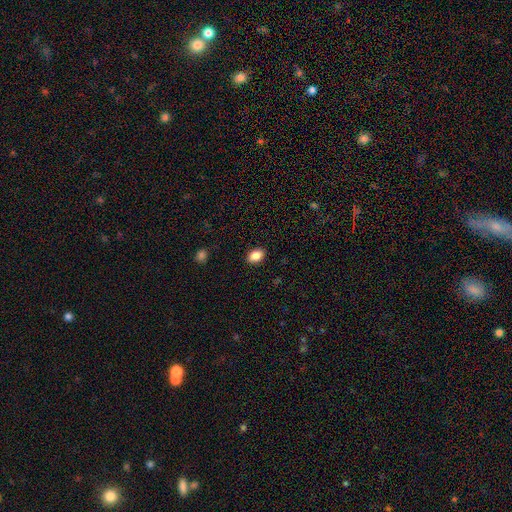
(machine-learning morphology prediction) type=smooth (86%); roundness=in between (81%); merging=none (89%).